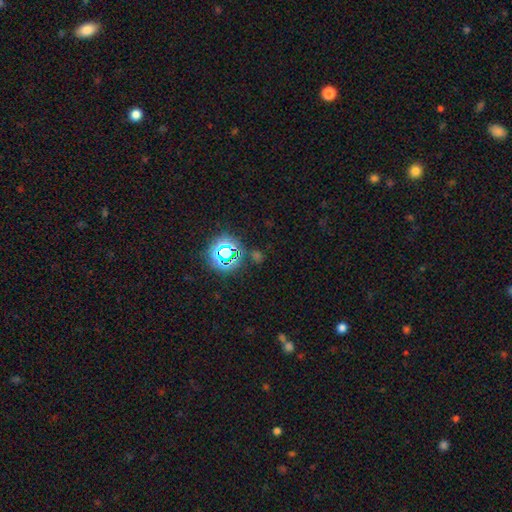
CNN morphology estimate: star or artifact 66%, smooth 26%, featured or disk 8%.